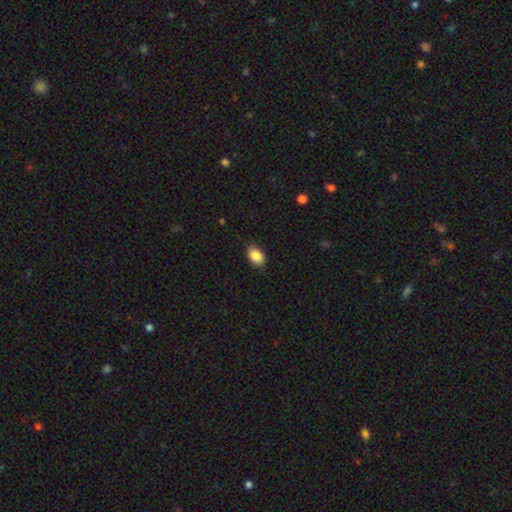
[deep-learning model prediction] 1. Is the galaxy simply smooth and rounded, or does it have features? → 88% smooth, 7% star or artifact, 4% featured or disk.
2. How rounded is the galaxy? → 88% in between, 11% round, 1% cigar-shaped.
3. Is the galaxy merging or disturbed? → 86% none, 11% minor disturbance, 2% major disturbance, 1% merger.